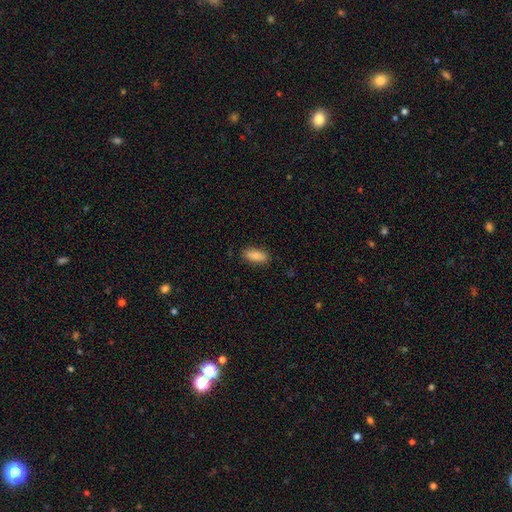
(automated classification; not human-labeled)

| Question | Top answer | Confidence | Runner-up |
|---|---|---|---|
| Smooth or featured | smooth | 84% | featured or disk (9%) |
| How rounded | in between | 79% | cigar-shaped (19%) |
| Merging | none | 86% | minor disturbance (11%) |